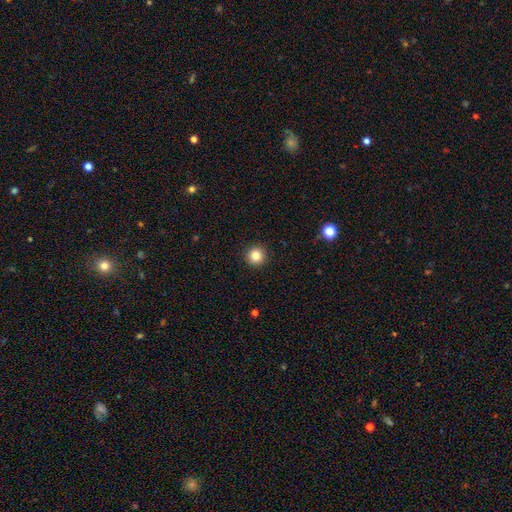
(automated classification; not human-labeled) The model was most divided on "smooth or featured": smooth: 83%, star or artifact: 12%, featured or disk: 5%. More confident: how rounded — round (95%); merging — none (93%).